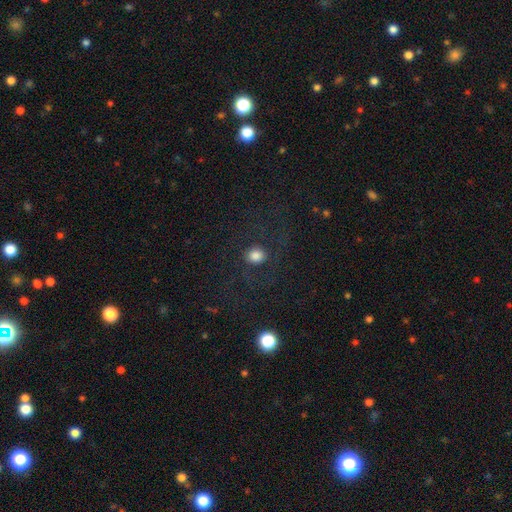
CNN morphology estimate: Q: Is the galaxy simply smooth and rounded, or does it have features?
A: smooth — 74%.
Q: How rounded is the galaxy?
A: round — 82%.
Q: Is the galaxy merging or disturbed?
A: none — 77%.